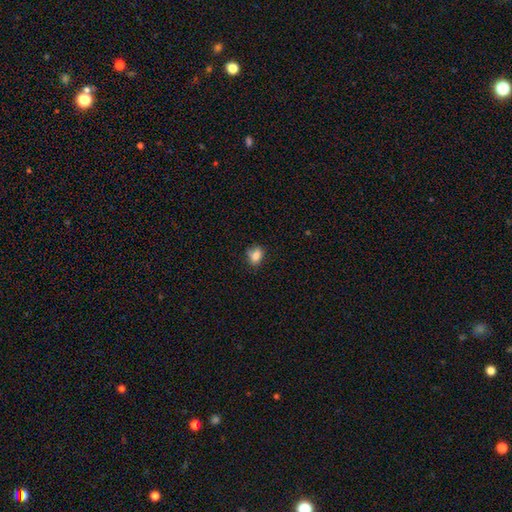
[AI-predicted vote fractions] Smooth or featured? Predicted: smooth (p=0.81). How rounded? Predicted: in between (p=0.63). Merging? Predicted: none (p=0.62).